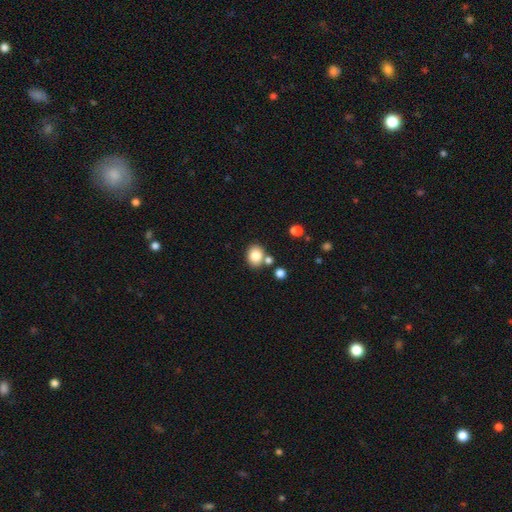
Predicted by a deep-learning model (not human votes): Q: Smooth or featured?
A: smooth (82%); runner-up: star or artifact (10%)
Q: How rounded?
A: round (53%); runner-up: in between (46%)
Q: Merging?
A: none (72%); runner-up: merger (14%)